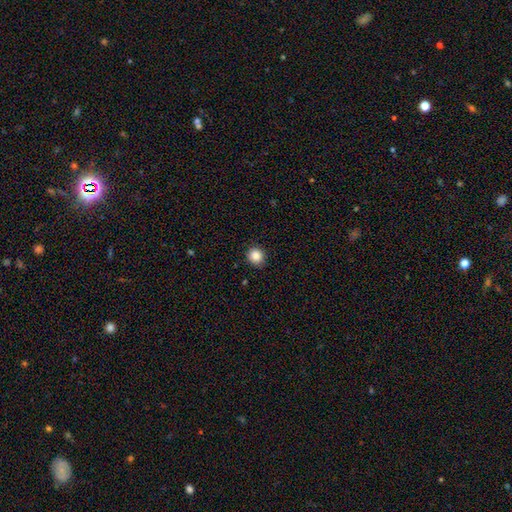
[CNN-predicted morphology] smooth 86%, star or artifact 10%, featured or disk 4%. Down the decision tree: how rounded — round (92%); merging — none (90%).